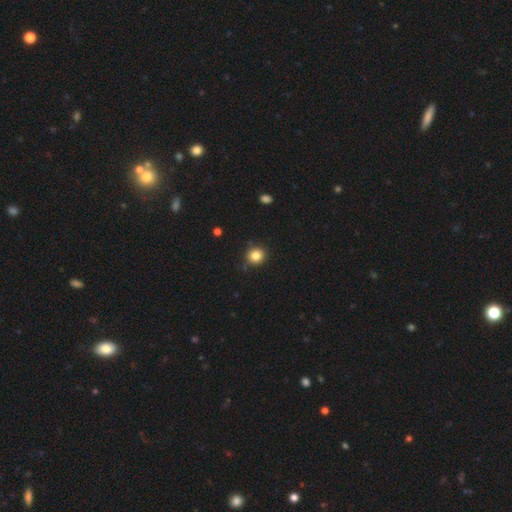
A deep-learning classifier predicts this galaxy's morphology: smooth 83%, star or artifact 11%, featured or disk 6%. Down the decision tree: how rounded — round (89%); merging — none (86%).